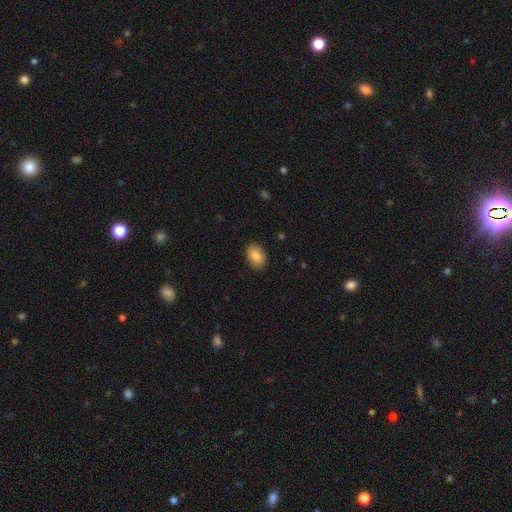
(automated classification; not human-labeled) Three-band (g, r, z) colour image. It shows a smooth galaxy with no disk features (86%) that is in between round and cigar-shaped (81%). Merging: none (88%).